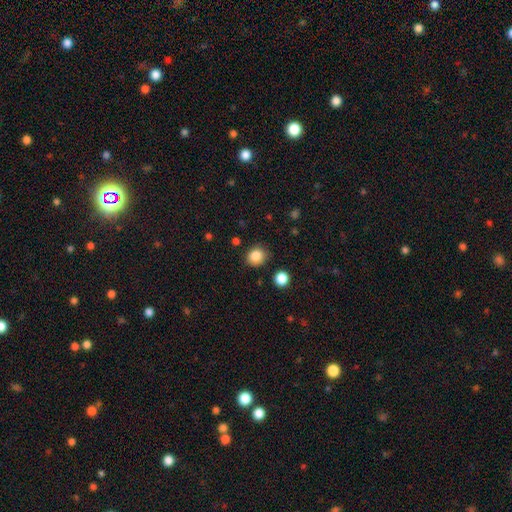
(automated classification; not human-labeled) The model was most divided on "how rounded": round: 78%, in between: 21%, cigar-shaped: 1%. More confident: merging — none (85%); smooth or featured — smooth (85%).